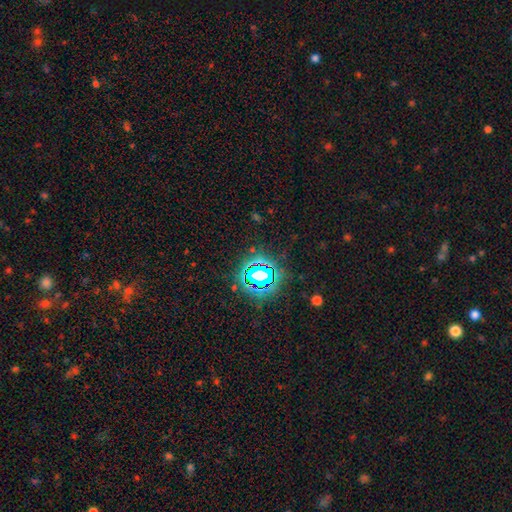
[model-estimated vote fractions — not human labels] smooth_or_featured: star or artifact (p=0.79) [alt: smooth p=0.14]